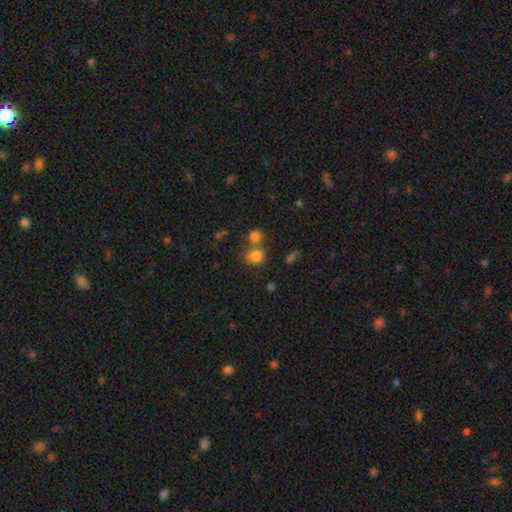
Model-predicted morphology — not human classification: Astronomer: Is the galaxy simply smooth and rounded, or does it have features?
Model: smooth — 79%.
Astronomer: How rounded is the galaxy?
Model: round — 69%.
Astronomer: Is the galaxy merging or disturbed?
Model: none — 52% (runner-up: merger, 32%).